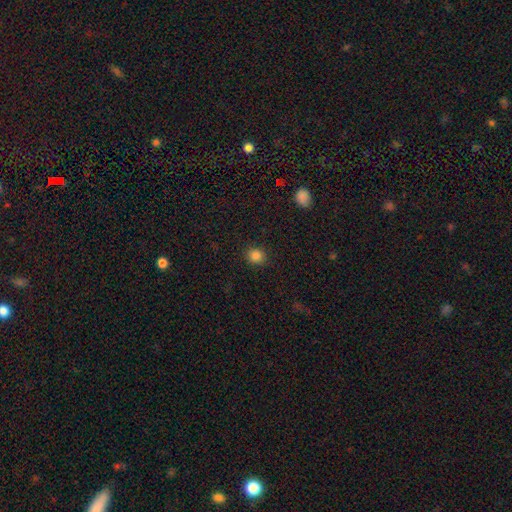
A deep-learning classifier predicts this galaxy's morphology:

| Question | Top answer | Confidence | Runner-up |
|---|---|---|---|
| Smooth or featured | smooth | 84% | star or artifact (12%) |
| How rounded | round | 85% | in between (14%) |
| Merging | none | 89% | minor disturbance (7%) |